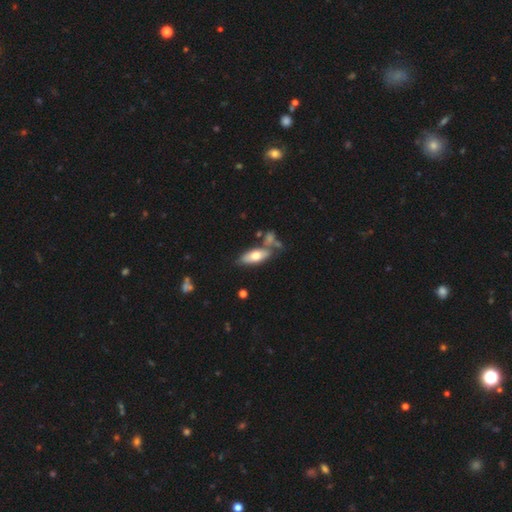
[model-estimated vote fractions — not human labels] Smooth or featured: smooth — 62% (featured or disk — 32%)
How rounded: in between — 75% (cigar-shaped — 22%)
Merging: none — 57% (merger — 19%)